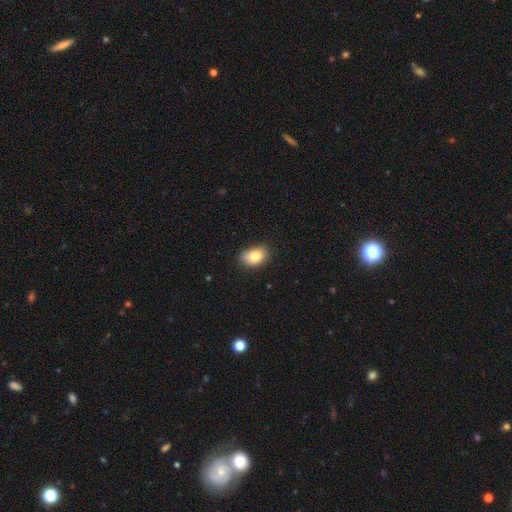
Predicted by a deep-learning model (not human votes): Smooth or featured?
  - smooth: 84% *
  - star or artifact: 8%
  - featured or disk: 8%
How rounded?
  - in between: 83% *
  - round: 16%
  - cigar-shaped: 1%
Merging?
  - none: 70% *
  - minor disturbance: 24%
  - major disturbance: 4%
  - merger: 2%